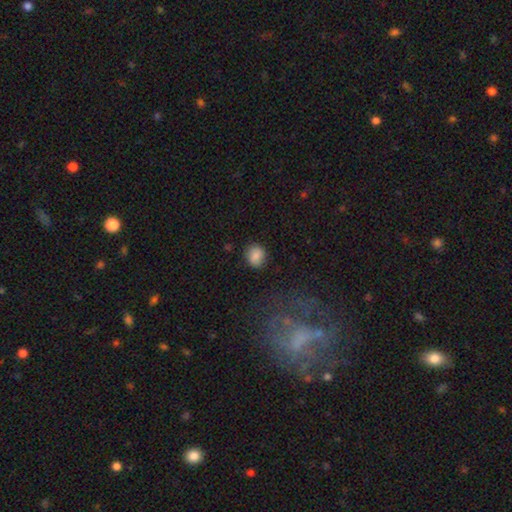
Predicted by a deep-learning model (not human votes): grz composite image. It shows a smooth galaxy with no disk features (85%) that is round (72%). Merging: none (83%).